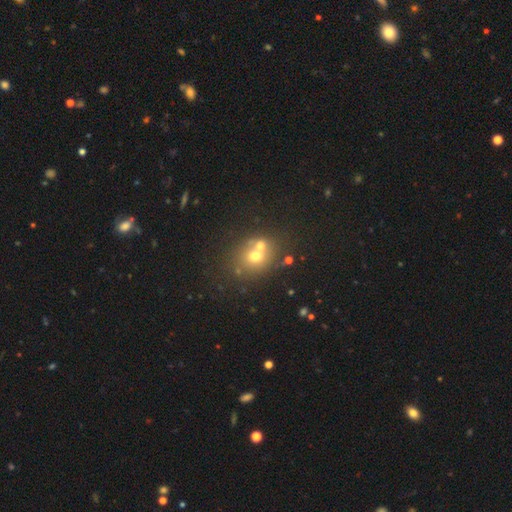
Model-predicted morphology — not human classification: smooth-or-featured: smooth: 60% | featured or disk: 23% | star or artifact: 16%
  how-rounded: round: 71% | in between: 28% | cigar-shaped: 1%
  merging: merger: 49% | none: 39% | minor disturbance: 8% | major disturbance: 4%